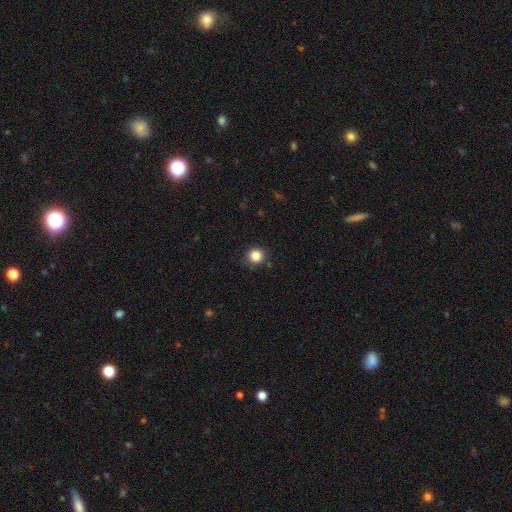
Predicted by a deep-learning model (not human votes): A smooth galaxy with no disk features (84%) that is round (93%).

Vote fractions:
- Smooth or featured? smooth: 84% / star or artifact: 11% / featured or disk: 4%
- How rounded? round: 93% / in between: 6% / cigar-shaped: 1%
- Merging? none: 86% / minor disturbance: 10% / major disturbance: 2% / merger: 1%